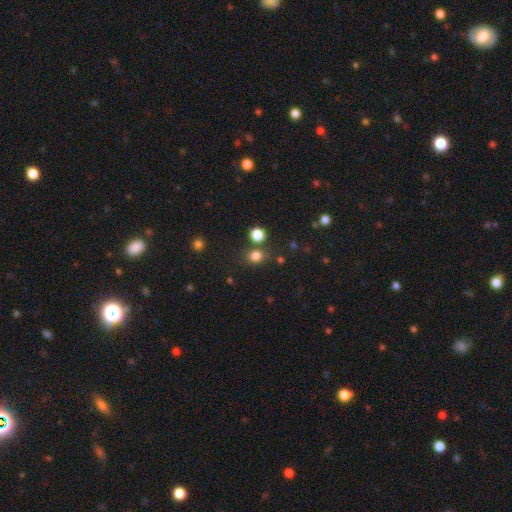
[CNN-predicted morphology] Smooth or featured? smooth (79%)
How rounded? round (75%)
Merging? none (72%)